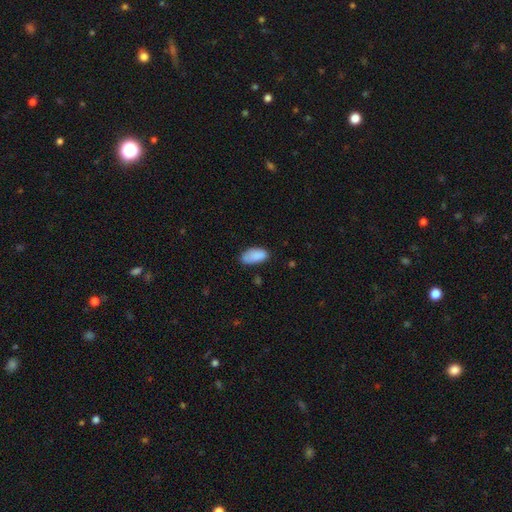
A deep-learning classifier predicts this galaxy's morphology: type=smooth (85%); roundness=in between (93%); merging=none (68%).